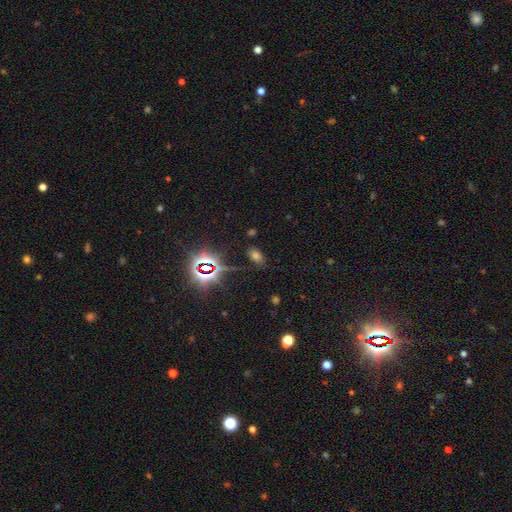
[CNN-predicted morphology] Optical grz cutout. It shows a smooth galaxy with no disk features (49%). Merging: none (78%).